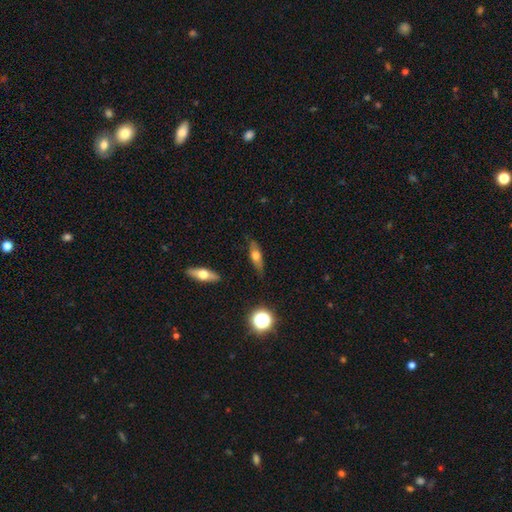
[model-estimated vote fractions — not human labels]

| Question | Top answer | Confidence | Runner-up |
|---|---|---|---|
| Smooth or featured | smooth | 51% | featured or disk (41%) |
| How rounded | cigar-shaped | 47% | tied: in between (47%) |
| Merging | none | 79% | minor disturbance (16%) |